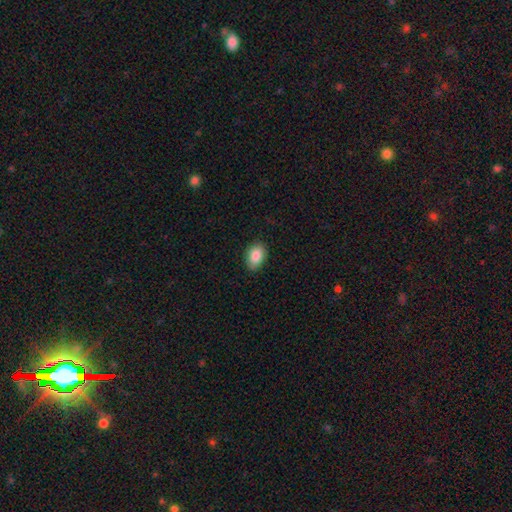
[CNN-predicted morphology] smooth 88%, star or artifact 7%, featured or disk 5%. Down the decision tree: how rounded — in between (86%); merging — none (85%).